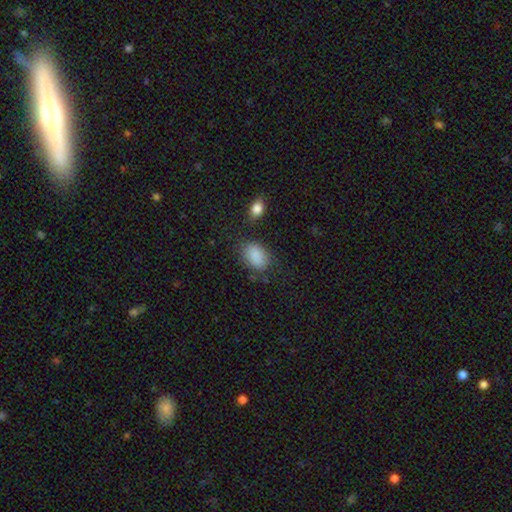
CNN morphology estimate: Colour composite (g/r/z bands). It shows a smooth galaxy with no disk features (88%) that is in between round and cigar-shaped (86%). Merging: none (73%).